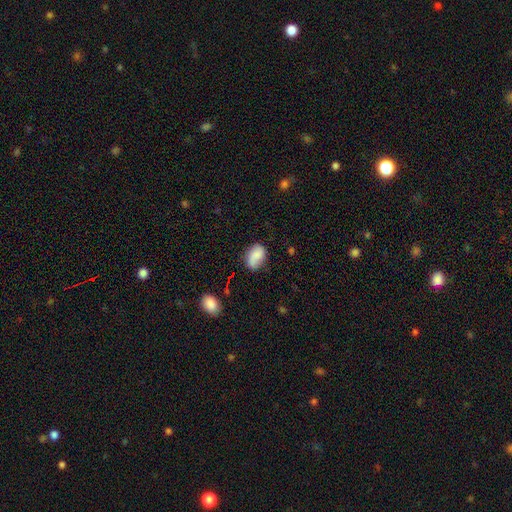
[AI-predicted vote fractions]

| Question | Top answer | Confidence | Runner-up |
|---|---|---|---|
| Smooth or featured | smooth | 76% | featured or disk (15%) |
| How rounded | in between | 83% | round (16%) |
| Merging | none | 61% | minor disturbance (27%) |